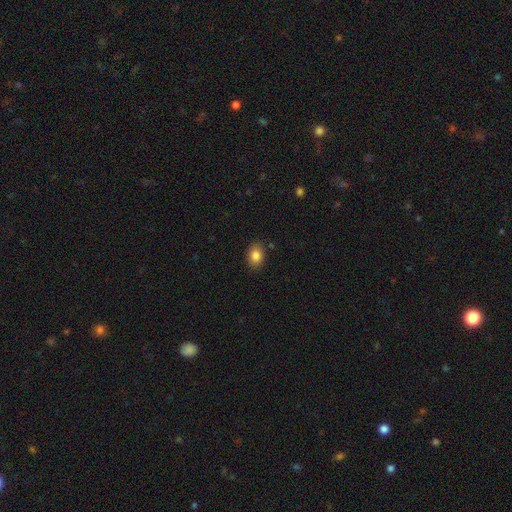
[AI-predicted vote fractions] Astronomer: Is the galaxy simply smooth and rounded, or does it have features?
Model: smooth — 84%.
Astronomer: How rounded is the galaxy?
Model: in between — 69%.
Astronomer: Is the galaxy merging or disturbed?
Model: none — 86%.